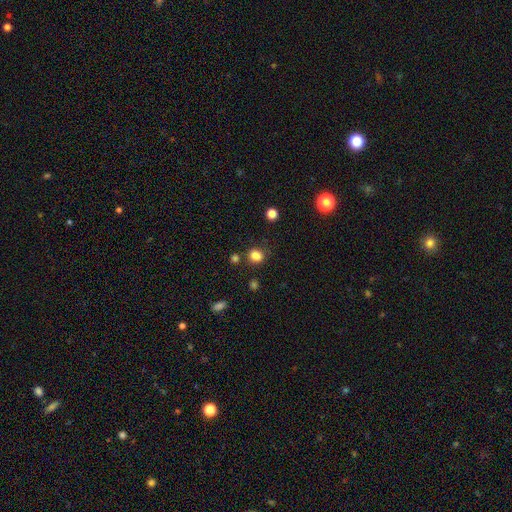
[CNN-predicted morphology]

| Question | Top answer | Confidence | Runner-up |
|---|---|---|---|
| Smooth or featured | smooth | 83% | star or artifact (13%) |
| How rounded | round | 69% | in between (30%) |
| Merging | none | 79% | minor disturbance (12%) |